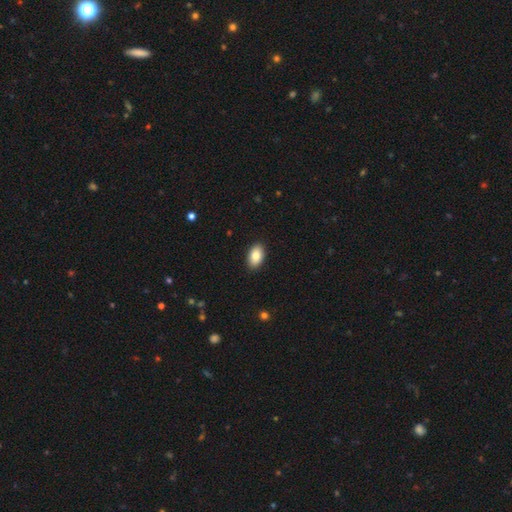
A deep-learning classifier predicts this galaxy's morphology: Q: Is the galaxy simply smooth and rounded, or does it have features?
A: smooth — 85%.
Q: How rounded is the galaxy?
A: in between — 93%.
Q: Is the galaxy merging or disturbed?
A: none — 90%.